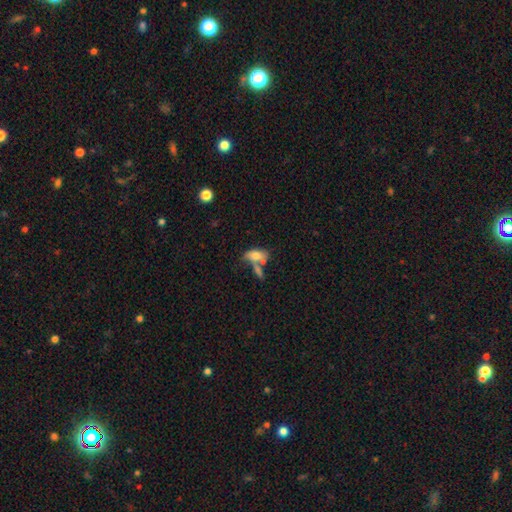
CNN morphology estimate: Smooth or featured? Predicted: smooth (p=0.71). How rounded? Predicted: in between (p=0.87). Merging? Predicted: merger (p=0.40).